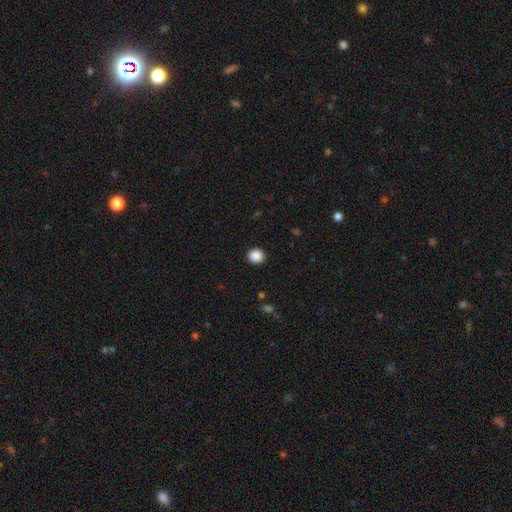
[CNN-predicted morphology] smooth 88%, star or artifact 9%, featured or disk 2%. Down the decision tree: how rounded — round (85%); merging — none (91%).